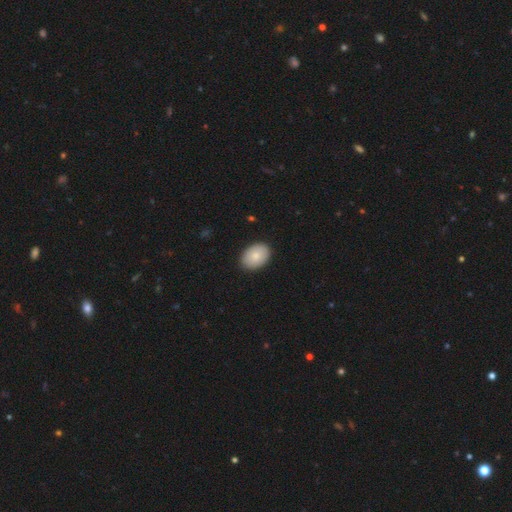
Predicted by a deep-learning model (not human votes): smooth_or_featured: smooth (p=0.83) [alt: featured or disk p=0.10]
how_rounded: in between (p=0.83) [alt: round p=0.16]
merging: none (p=0.89) [alt: minor disturbance p=0.08]